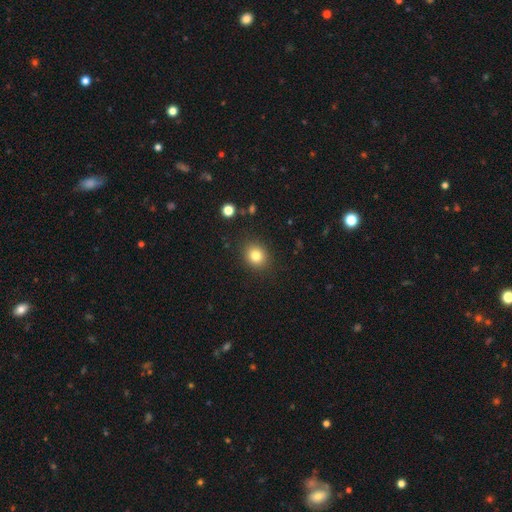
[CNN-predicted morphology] smooth 81%, star or artifact 12%, featured or disk 7%. Down the decision tree: how rounded — round (72%); merging — none (88%).